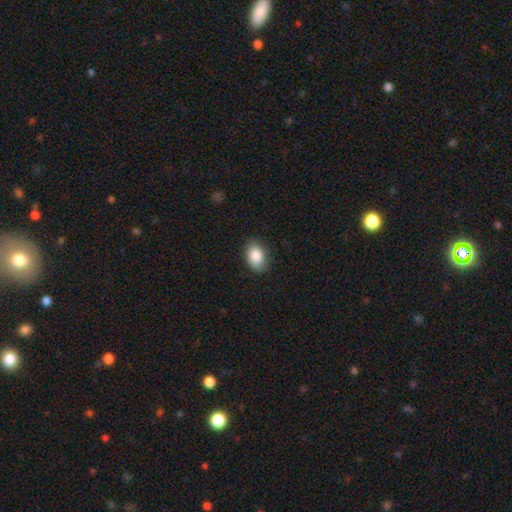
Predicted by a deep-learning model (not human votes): smooth-or-featured: smooth: 86% | star or artifact: 7% | featured or disk: 6%
  how-rounded: in between: 85% | round: 14% | cigar-shaped: 1%
  merging: none: 82% | minor disturbance: 14% | major disturbance: 3% | merger: 1%